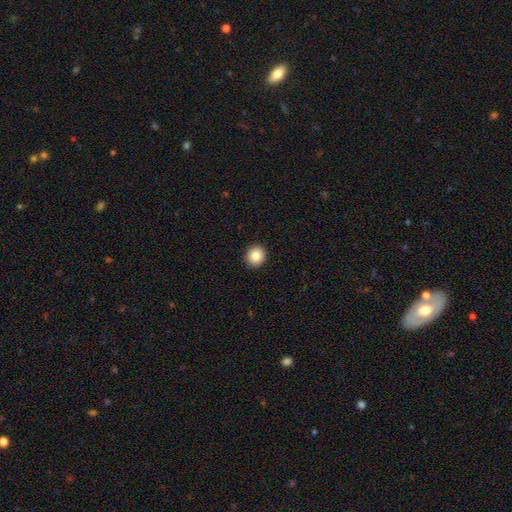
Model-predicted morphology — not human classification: Smooth or featured? Predicted: smooth (p=0.85). How rounded? Predicted: round (p=0.92). Merging? Predicted: none (p=0.93).